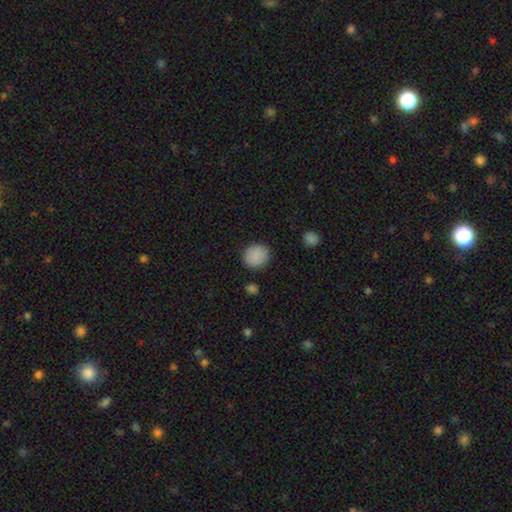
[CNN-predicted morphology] type=smooth (87%); roundness=round (85%); merging=none (88%).